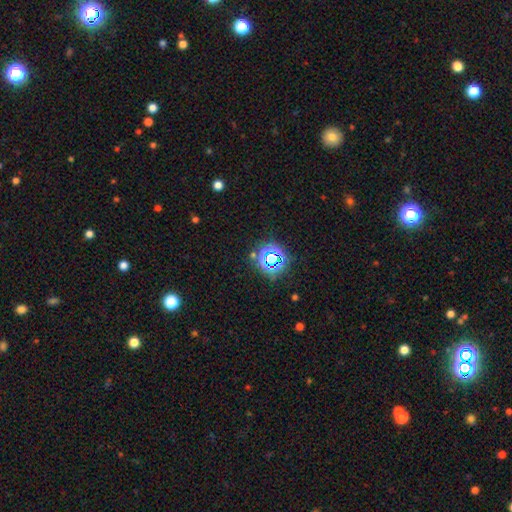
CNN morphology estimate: star or artifact 73%, smooth 19%, featured or disk 8%.